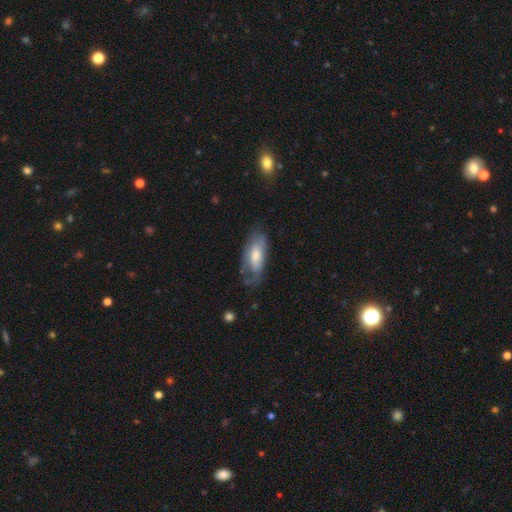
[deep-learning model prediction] A smooth galaxy with no disk features (57%) that is in between round and cigar-shaped (83%).

Vote fractions:
- Smooth or featured? smooth: 57% / featured or disk: 37% / star or artifact: 6%
- How rounded? in between: 83% / cigar-shaped: 15% / round: 2%
- Merging? none: 51% / minor disturbance: 30% / major disturbance: 17% / merger: 2%